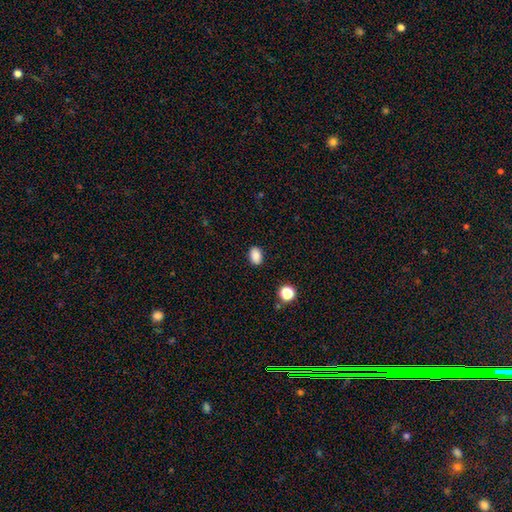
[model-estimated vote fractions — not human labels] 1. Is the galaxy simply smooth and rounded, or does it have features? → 87% smooth, 10% star or artifact, 3% featured or disk.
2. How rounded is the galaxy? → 79% in between, 20% round, 1% cigar-shaped.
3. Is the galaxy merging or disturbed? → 88% none, 9% minor disturbance, 2% major disturbance, 1% merger.